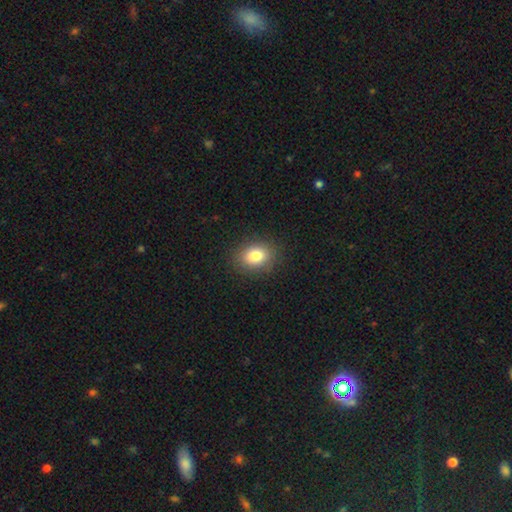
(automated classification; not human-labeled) Overall: smooth (81%). How rounded: in between (55%; round 44%). Merging: none (87%).